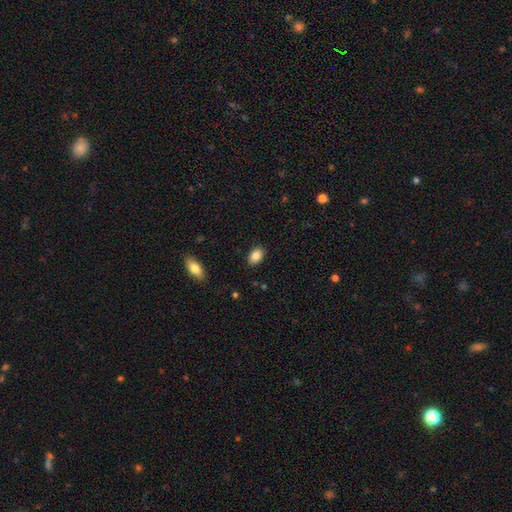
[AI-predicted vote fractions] The model was most divided on "how rounded": in between: 88%, round: 11%, cigar-shaped: 1%. More confident: merging — none (88%); smooth or featured — smooth (86%).